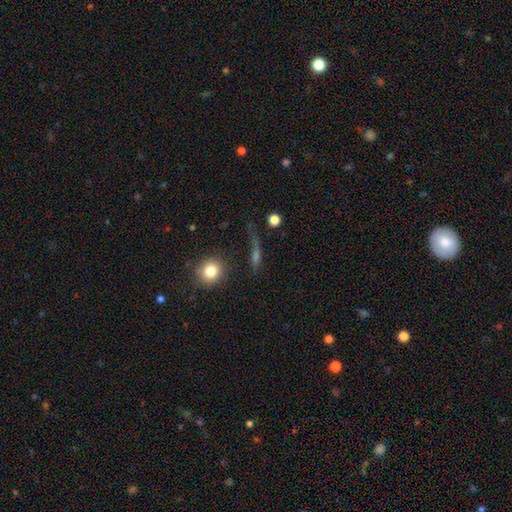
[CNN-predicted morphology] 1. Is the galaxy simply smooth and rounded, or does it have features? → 41% smooth, 33% featured or disk, 26% star or artifact.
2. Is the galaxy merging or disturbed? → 67% none, 15% minor disturbance, 12% major disturbance, 5% merger.